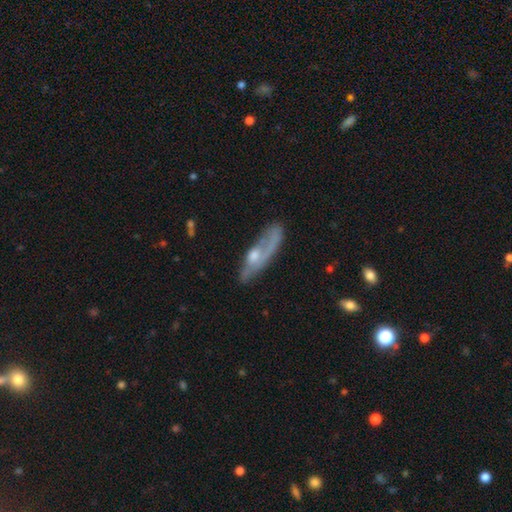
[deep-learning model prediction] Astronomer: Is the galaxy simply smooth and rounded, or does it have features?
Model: featured or disk — 61%.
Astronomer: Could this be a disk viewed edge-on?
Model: no — 66%.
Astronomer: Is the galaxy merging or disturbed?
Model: none — 49% (runner-up: minor disturbance, 26%).